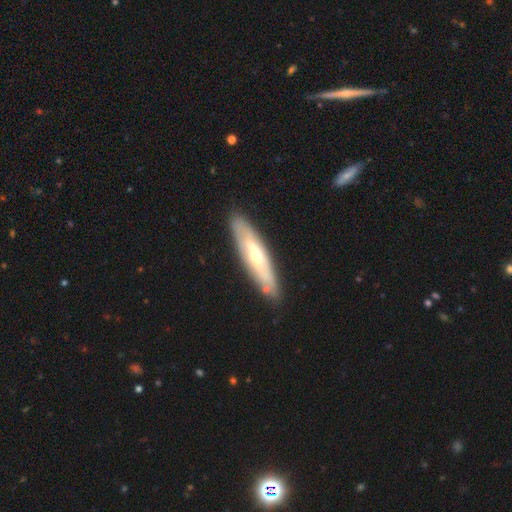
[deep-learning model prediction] featured or disk 59%, smooth 36%, star or artifact 5%. Down the decision tree: edge-on disk — yes (52%); merging — none (85%).